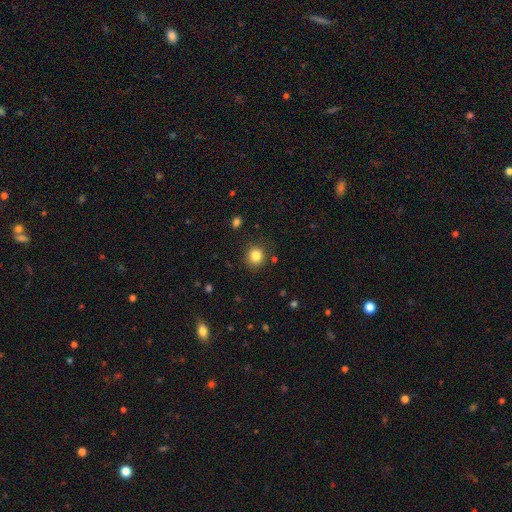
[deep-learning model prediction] A smooth galaxy with no disk features (84%) that is round (86%). Merging: none (86%).